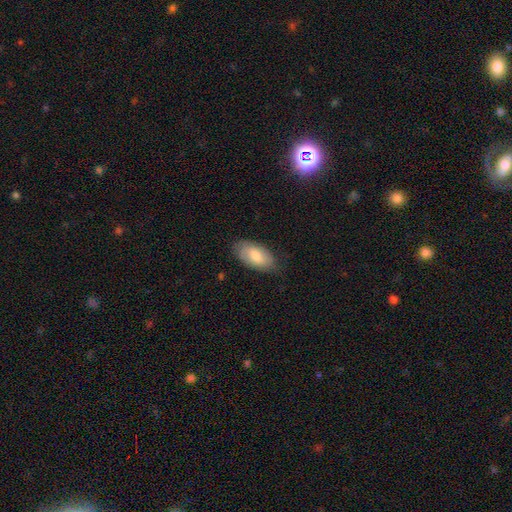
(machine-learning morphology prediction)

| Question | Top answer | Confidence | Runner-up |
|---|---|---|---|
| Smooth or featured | smooth | 72% | featured or disk (22%) |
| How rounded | in between | 94% | cigar-shaped (3%) |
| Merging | none | 77% | minor disturbance (18%) |